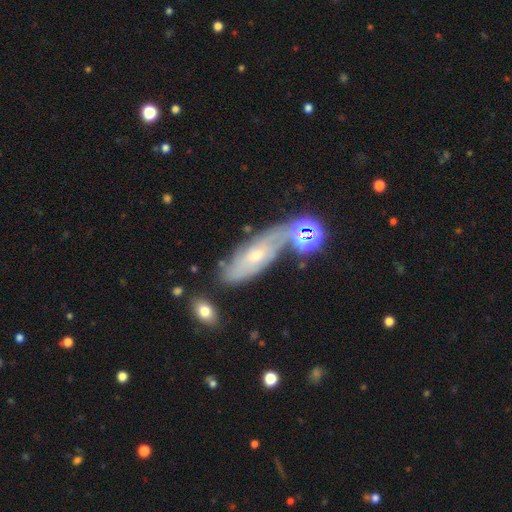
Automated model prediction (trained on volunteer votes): smooth-or-featured: featured or disk: 60% | smooth: 28% | star or artifact: 12%
  disk-edge-on: no: 78% | yes: 22%
  merging: none: 57% | minor disturbance: 21% | merger: 13% | major disturbance: 9%